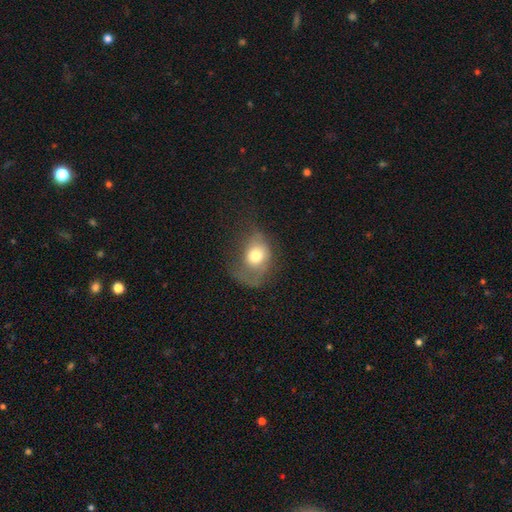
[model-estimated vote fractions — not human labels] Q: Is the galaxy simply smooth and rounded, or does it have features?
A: smooth — 65%.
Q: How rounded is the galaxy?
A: in between — 56%.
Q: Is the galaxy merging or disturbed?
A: major disturbance — 44%.